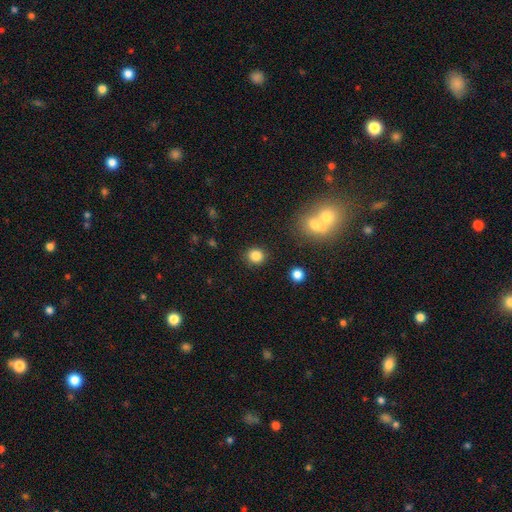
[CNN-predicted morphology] Smooth or featured?
  - smooth: 84% *
  - star or artifact: 11%
  - featured or disk: 5%
How rounded?
  - round: 84% *
  - in between: 15%
  - cigar-shaped: 1%
Merging?
  - none: 88% *
  - minor disturbance: 7%
  - merger: 3%
  - major disturbance: 3%